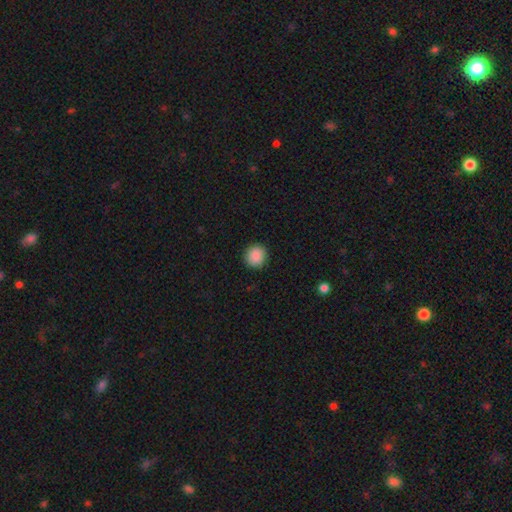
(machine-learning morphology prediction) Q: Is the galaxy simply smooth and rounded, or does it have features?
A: smooth — 89%.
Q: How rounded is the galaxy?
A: round — 91%.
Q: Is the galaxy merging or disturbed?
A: none — 92%.